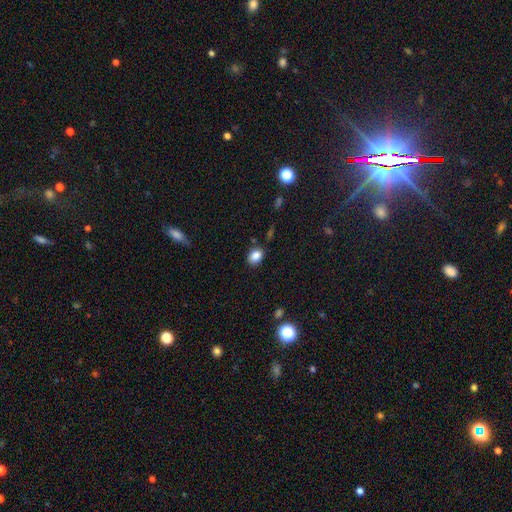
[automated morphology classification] A smooth galaxy with no disk features (85%) that is in between round and cigar-shaped (68%). Merging: none (81%).